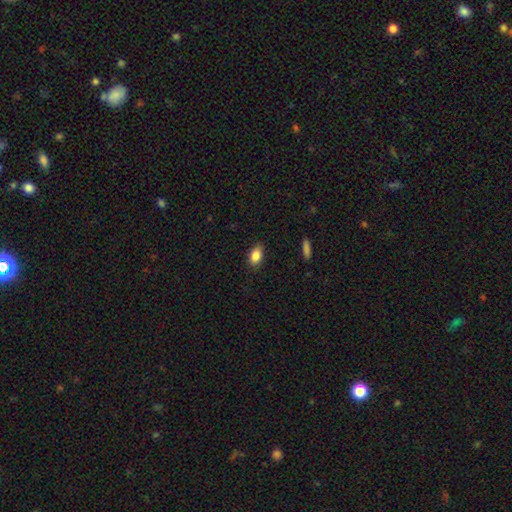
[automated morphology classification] Q: Smooth or featured?
A: smooth (86%); runner-up: star or artifact (8%)
Q: How rounded?
A: in between (88%); runner-up: round (9%)
Q: Merging?
A: none (85%); runner-up: minor disturbance (12%)